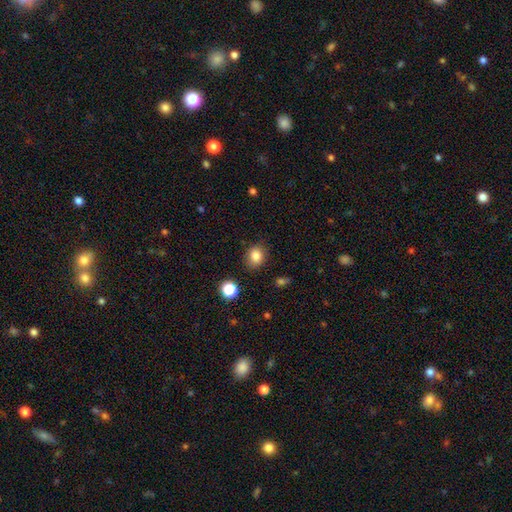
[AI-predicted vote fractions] Morphology: type=smooth (83%); roundness=round (57%); merging=none (83%).